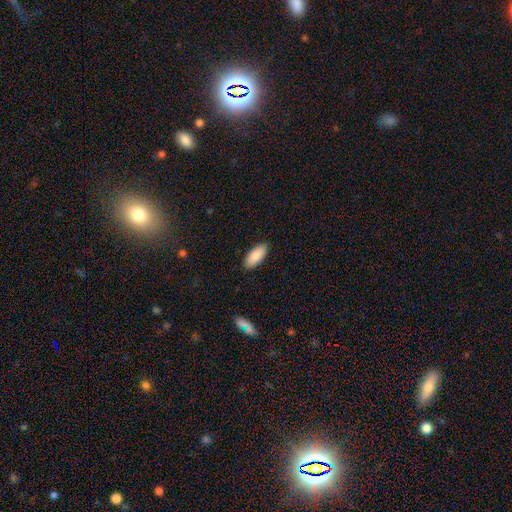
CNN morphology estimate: smooth_or_featured: smooth (p=0.88) [alt: featured or disk p=0.07]
how_rounded: in between (p=0.88) [alt: cigar-shaped p=0.10]
merging: none (p=0.88) [alt: minor disturbance p=0.09]